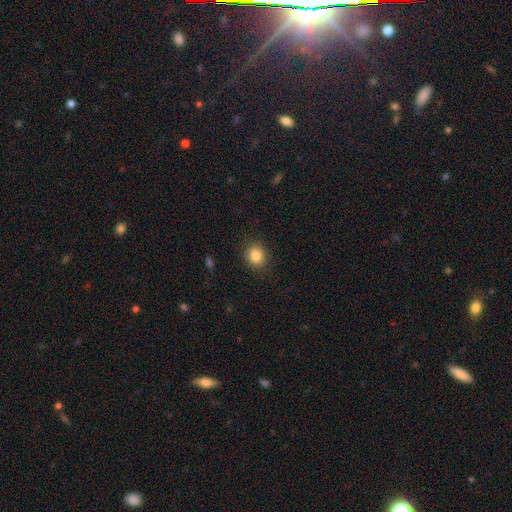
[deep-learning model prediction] This is clearly a smooth galaxy (85%). How rounded: likely round (78%). Merging: clearly none (87%).